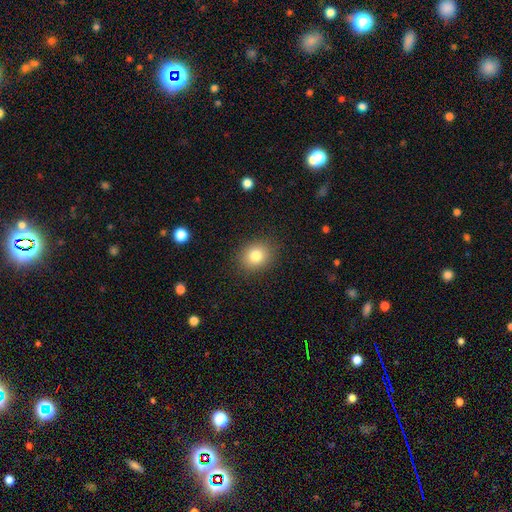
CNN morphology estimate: A smooth galaxy with no disk features (82%) that is round (65%).

Vote fractions:
- Smooth or featured? smooth: 82% / star or artifact: 11% / featured or disk: 8%
- How rounded? round: 65% / in between: 34% / cigar-shaped: 1%
- Merging? none: 88% / minor disturbance: 8% / major disturbance: 3% / merger: 1%